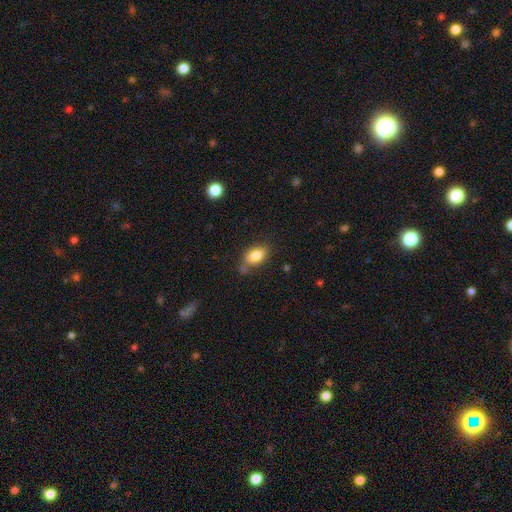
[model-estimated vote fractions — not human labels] smooth 83%, featured or disk 10%, star or artifact 8%. Down the decision tree: how rounded — in between (88%); merging — none (70%).